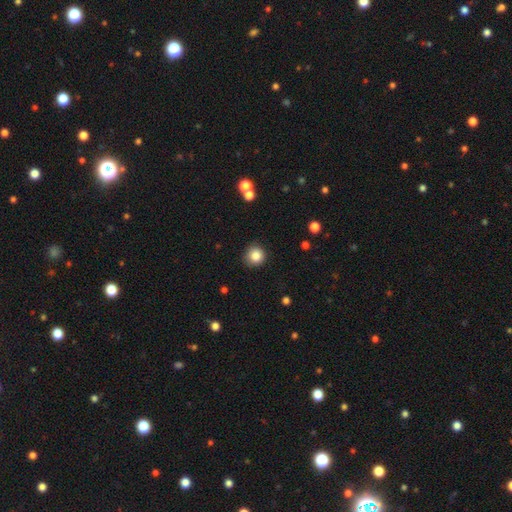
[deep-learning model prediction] smooth 85%, star or artifact 11%, featured or disk 5%. Down the decision tree: how rounded — round (93%); merging — none (86%).